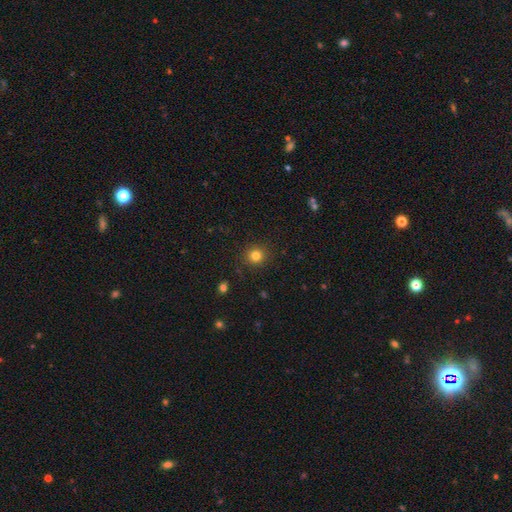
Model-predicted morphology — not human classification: This appears to be a smooth galaxy with no disk features (81%) that is round (90%). Merging: none (89%).